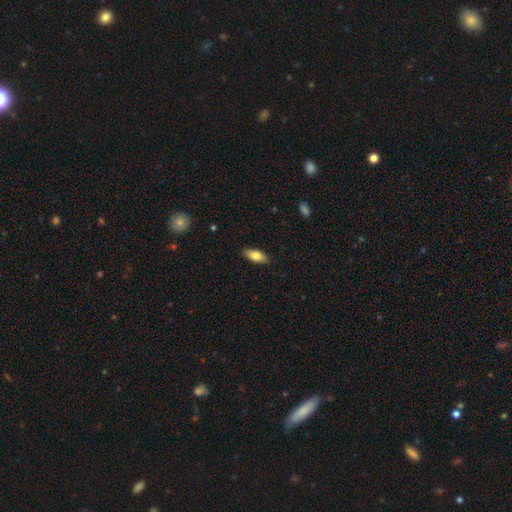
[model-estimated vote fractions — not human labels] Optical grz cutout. It shows a smooth galaxy with no disk features (79%) that is in between round and cigar-shaped (83%). Merging: none (89%).